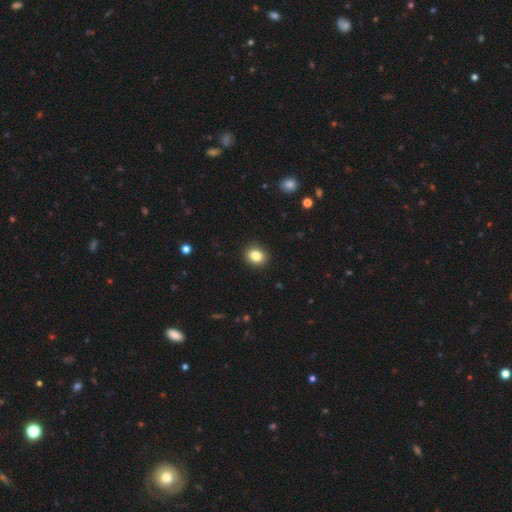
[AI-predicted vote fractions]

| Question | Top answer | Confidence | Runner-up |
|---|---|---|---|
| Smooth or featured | smooth | 84% | star or artifact (10%) |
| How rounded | round | 69% | in between (30%) |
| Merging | none | 91% | minor disturbance (6%) |